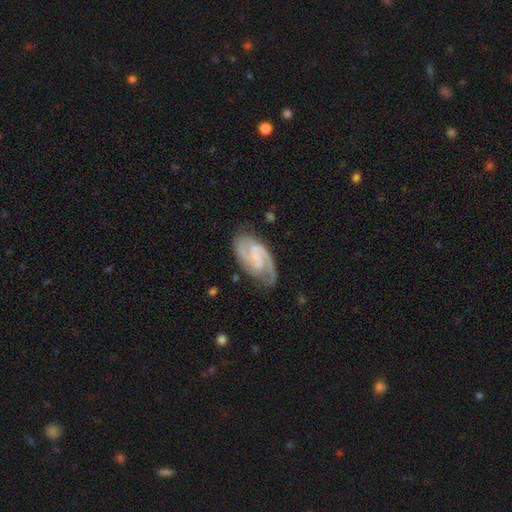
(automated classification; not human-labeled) Smooth or featured? Predicted: featured or disk (p=0.88). Edge-on disk? Predicted: no (p=0.97). Bar? Predicted: weak (p=0.47). Spiral arms? Predicted: yes (p=0.97). Spiral winding? Predicted: medium (p=0.51). Spiral arm count? Predicted: 2 (p=0.87). Bulge size? Predicted: none (p=0.45). Merging? Predicted: none (p=0.74).